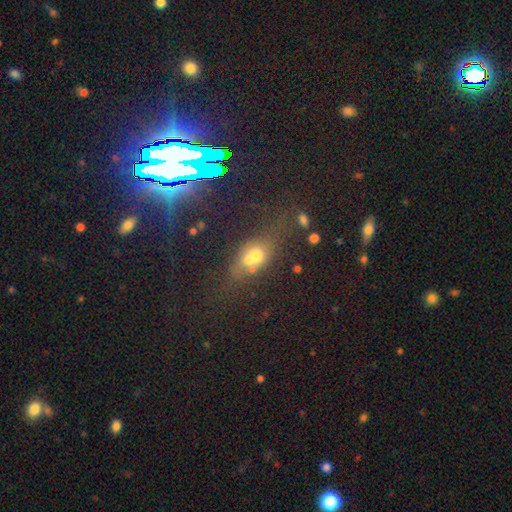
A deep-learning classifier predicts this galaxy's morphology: Smooth or featured?
  - smooth: 50% *
  - star or artifact: 29%
  - featured or disk: 21%
How rounded?
  - in between: 51% *
  - round: 40%
  - cigar-shaped: 9%
Merging?
  - merger: 43% *
  - none: 38%
  - minor disturbance: 12%
  - major disturbance: 8%